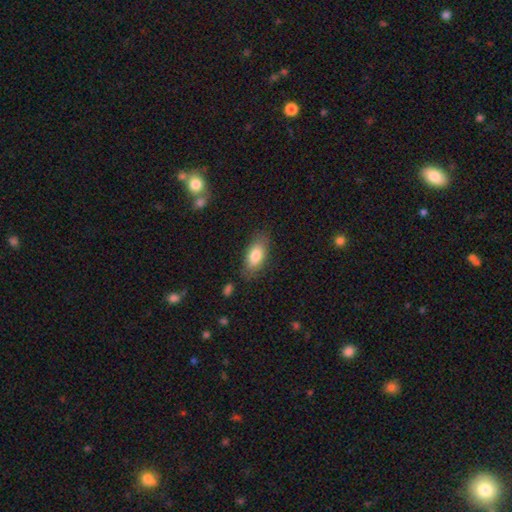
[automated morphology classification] Smooth or featured: smooth — 80% (featured or disk — 13%)
How rounded: in between — 89% (cigar-shaped — 8%)
Merging: none — 80% (minor disturbance — 14%)